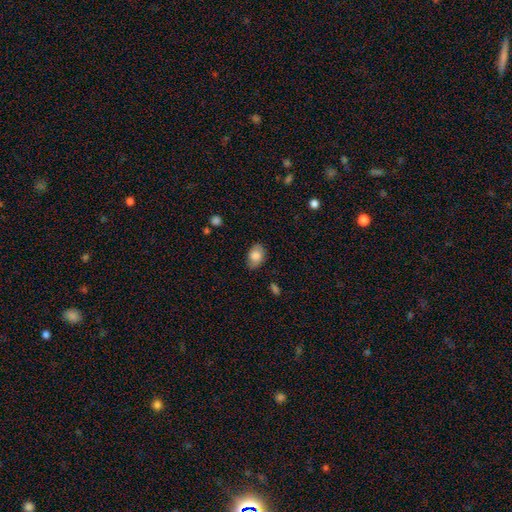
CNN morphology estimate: smooth 78%, featured or disk 14%, star or artifact 7%. Down the decision tree: how rounded — in between (83%); merging — none (75%).